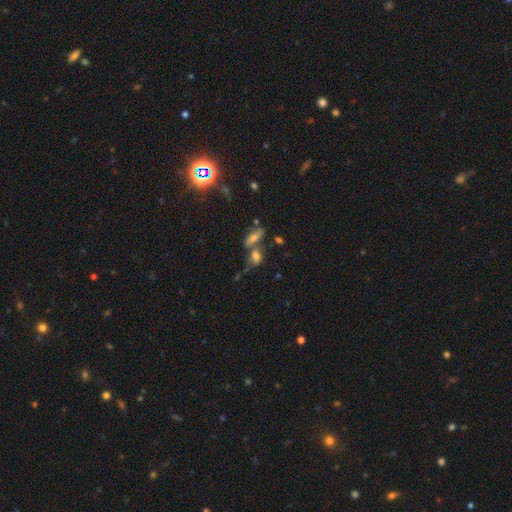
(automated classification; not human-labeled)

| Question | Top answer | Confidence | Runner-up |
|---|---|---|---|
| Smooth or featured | smooth | 62% | featured or disk (23%) |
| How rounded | in between | 69% | round (21%) |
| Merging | merger | 48% | none (30%) |